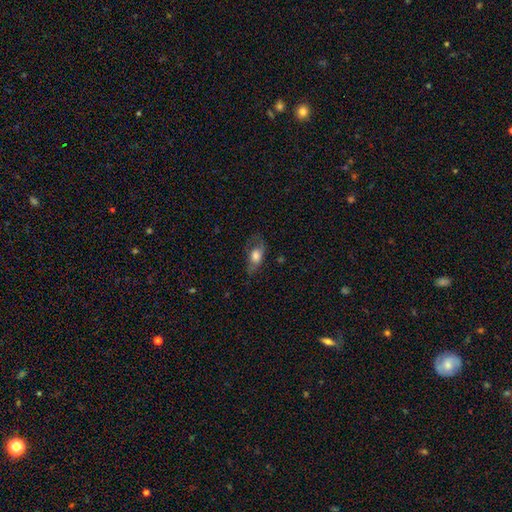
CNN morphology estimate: Smooth or featured? smooth (60%)
How rounded? in between (82%)
Merging? none (57%)